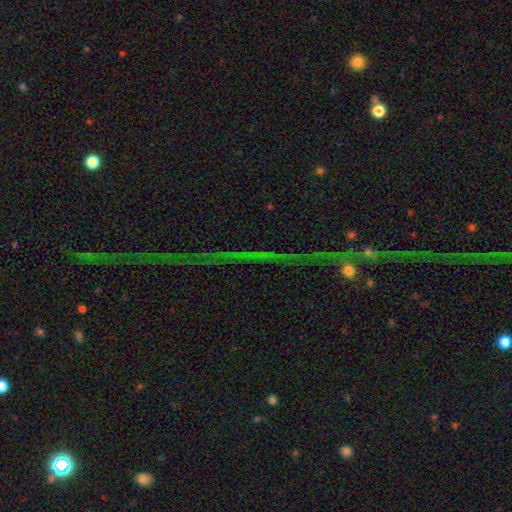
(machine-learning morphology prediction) Smooth or featured: star or artifact — 79% (featured or disk — 12%)